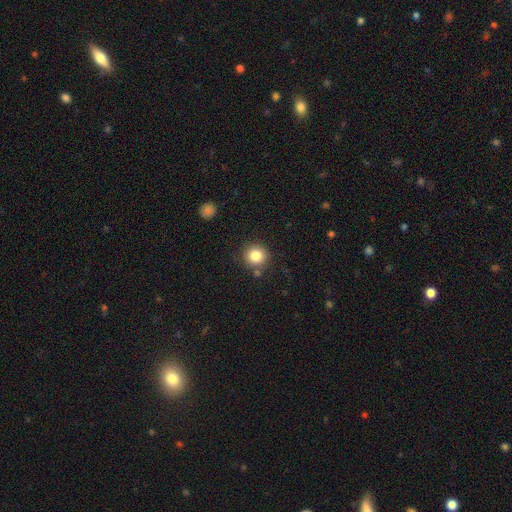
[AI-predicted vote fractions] A smooth galaxy with no disk features (84%) that is round (92%). Merging: none (83%).